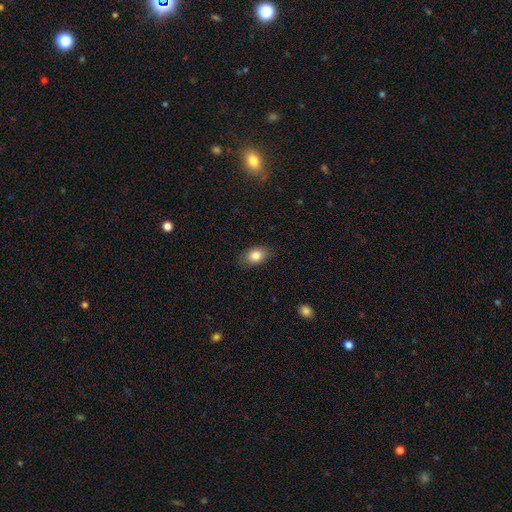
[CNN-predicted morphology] Smooth or featured? smooth (83%)
How rounded? in between (82%)
Merging? none (81%)